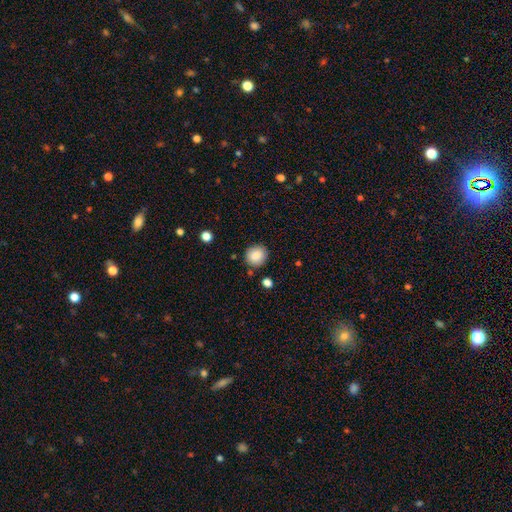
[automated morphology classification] type=smooth (87%); roundness=round (90%); merging=none (86%).